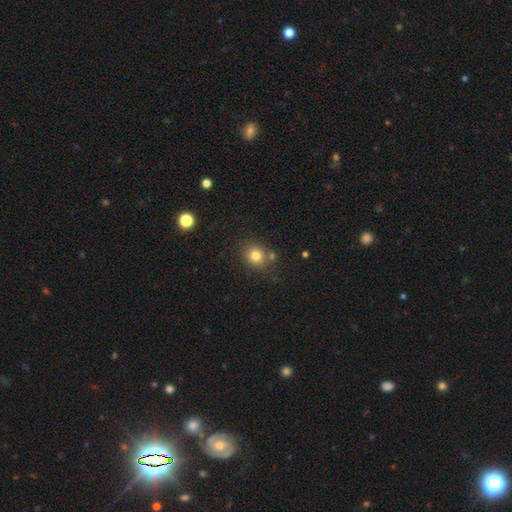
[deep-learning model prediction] A smooth galaxy with no disk features (79%) that is round (78%).

Vote fractions:
- Smooth or featured? smooth: 79% / star or artifact: 13% / featured or disk: 8%
- How rounded? round: 78% / in between: 21% / cigar-shaped: 1%
- Merging? none: 73% / merger: 12% / minor disturbance: 11% / major disturbance: 3%